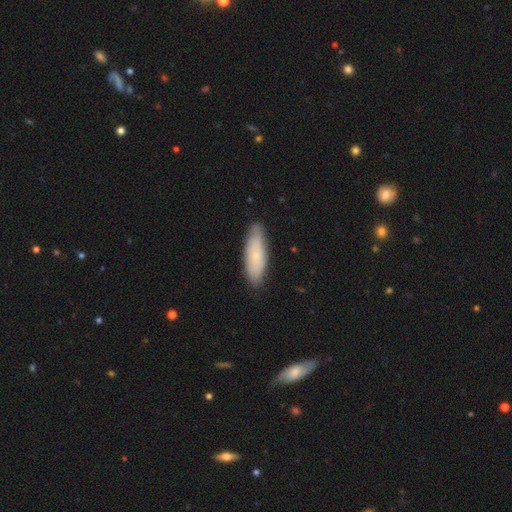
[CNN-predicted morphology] Q: Smooth or featured?
A: smooth (65%); runner-up: featured or disk (29%)
Q: How rounded?
A: in between (56%); runner-up: cigar-shaped (42%)
Q: Merging?
A: none (84%); runner-up: minor disturbance (13%)